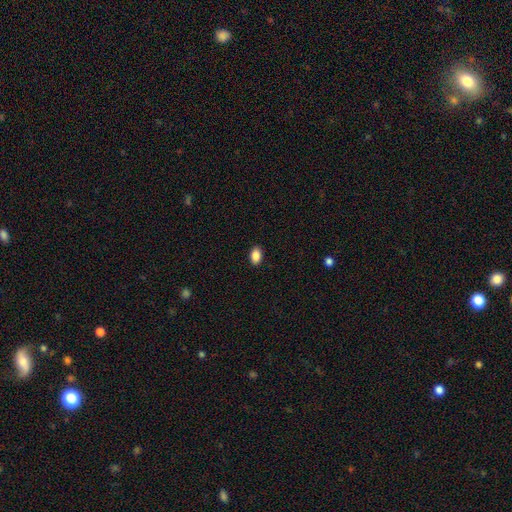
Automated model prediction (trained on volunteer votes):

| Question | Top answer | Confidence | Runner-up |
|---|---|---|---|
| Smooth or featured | smooth | 88% | star or artifact (8%) |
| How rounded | in between | 89% | round (9%) |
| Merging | none | 90% | minor disturbance (7%) |